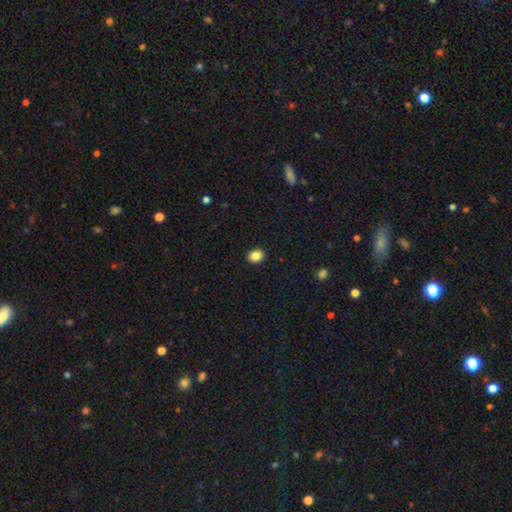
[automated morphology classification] Smooth or featured? Predicted: smooth (p=0.87). How rounded? Predicted: round (p=0.50). Merging? Predicted: none (p=0.91).